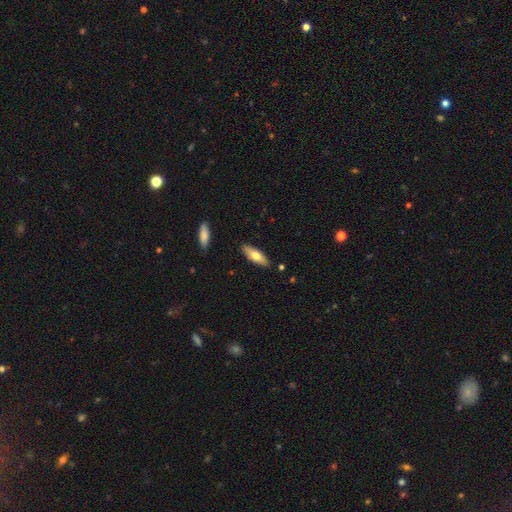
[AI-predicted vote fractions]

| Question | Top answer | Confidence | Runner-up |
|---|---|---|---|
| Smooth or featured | smooth | 65% | featured or disk (29%) |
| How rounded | in between | 56% | cigar-shaped (42%) |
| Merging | none | 87% | minor disturbance (9%) |